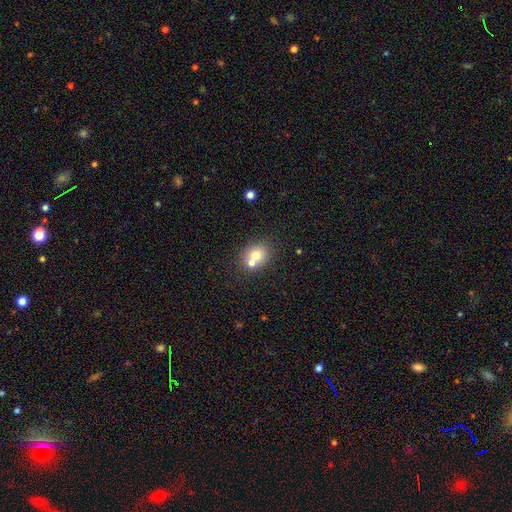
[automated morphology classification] Q: Smooth or featured?
A: smooth (73%); runner-up: featured or disk (15%)
Q: How rounded?
A: round (66%); runner-up: in between (34%)
Q: Merging?
A: none (51%); runner-up: merger (36%)